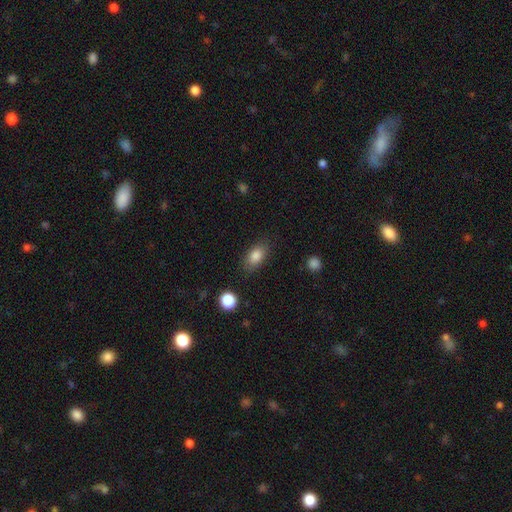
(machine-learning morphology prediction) smooth-or-featured: smooth: 85% | star or artifact: 8% | featured or disk: 7%
  how-rounded: in between: 87% | round: 9% | cigar-shaped: 4%
  merging: none: 82% | minor disturbance: 13% | major disturbance: 4% | merger: 2%